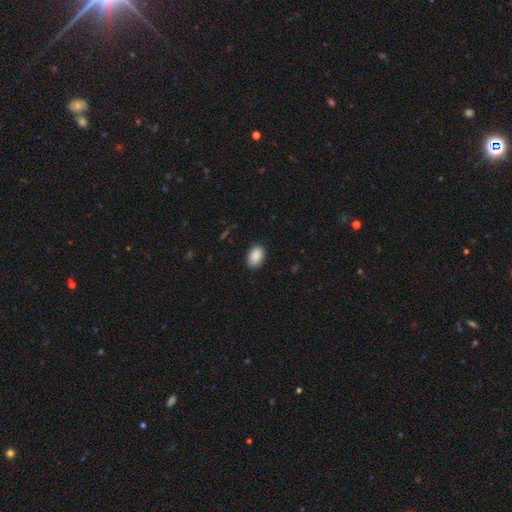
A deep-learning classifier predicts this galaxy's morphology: This is clearly a smooth galaxy (90%). How rounded: clearly in between (91%). Merging: clearly none (87%).